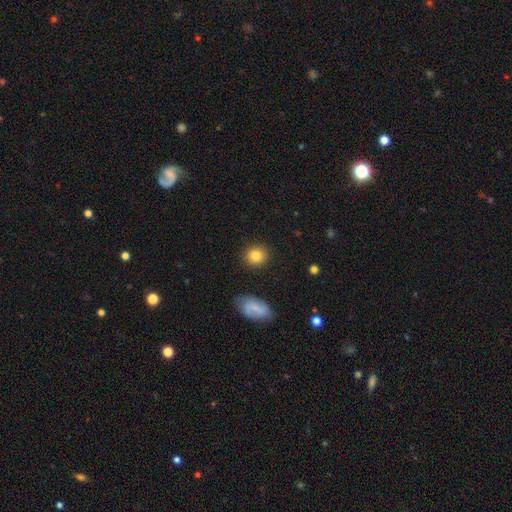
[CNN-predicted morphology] Overall: smooth (82%). How rounded: round (85%). Merging: none (89%).